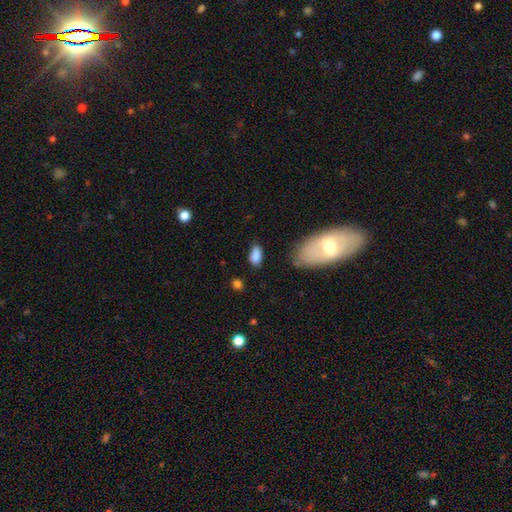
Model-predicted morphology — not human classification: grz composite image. It shows a smooth galaxy with no disk features (85%) that is in between round and cigar-shaped (90%). Merging: none (68%).